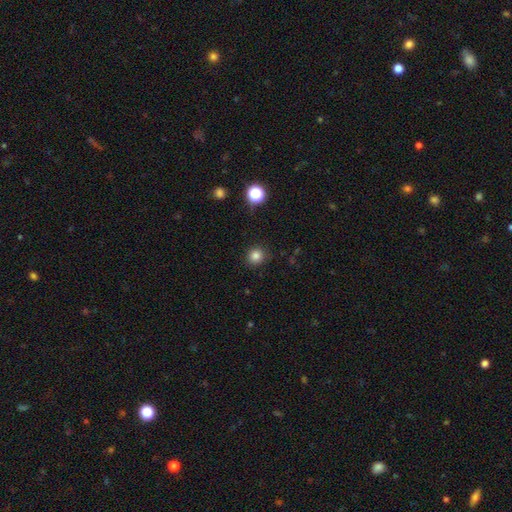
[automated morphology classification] A smooth galaxy with no disk features (82%) that is round (90%).

Vote fractions:
- Smooth or featured? smooth: 82% / star or artifact: 13% / featured or disk: 5%
- How rounded? round: 90% / in between: 9% / cigar-shaped: 1%
- Merging? none: 89% / minor disturbance: 7% / major disturbance: 2% / merger: 1%